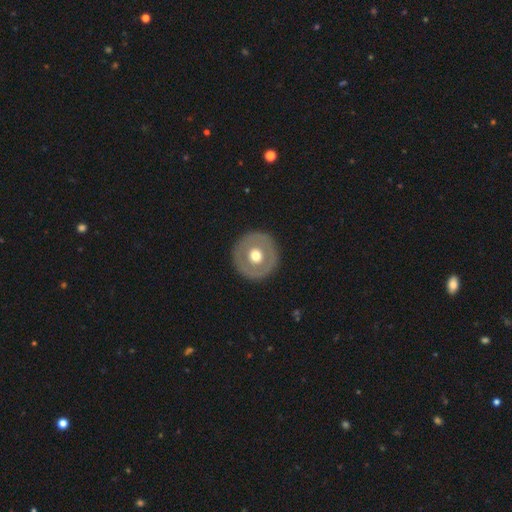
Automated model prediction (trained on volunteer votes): Overall: smooth (49%; featured or disk 46%). Merging: none (89%).